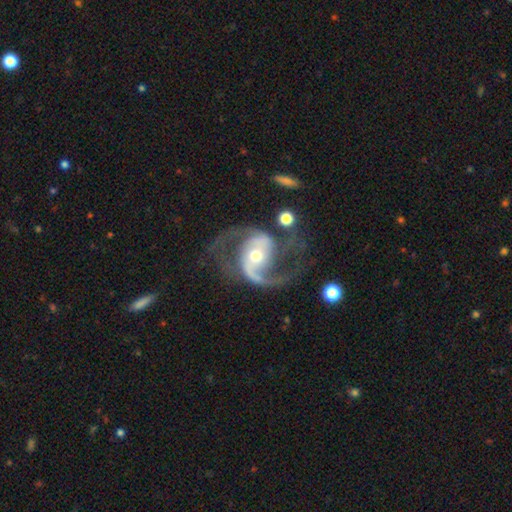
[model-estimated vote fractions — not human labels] The model was most divided on "bar": no: 44%, weak: 34%, strong: 22%. More confident: edge-on disk — no (98%); spiral arms — yes (98%); spiral arm count — 2 (91%); smooth or featured — featured or disk (91%); merging — none (66%); bulge size — moderate (61%); spiral winding — medium (53%).